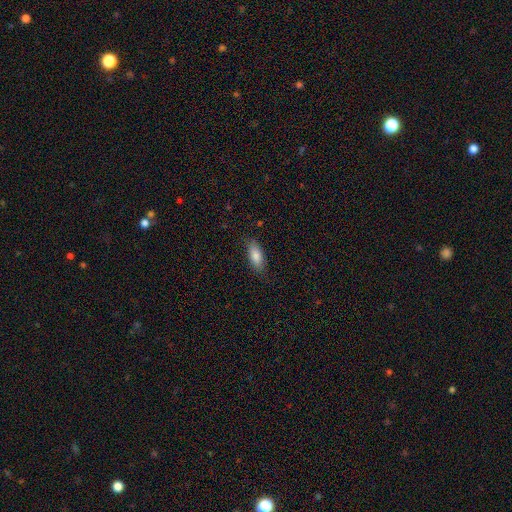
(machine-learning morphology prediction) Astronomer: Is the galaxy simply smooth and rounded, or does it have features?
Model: smooth — 84%.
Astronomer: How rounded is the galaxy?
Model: in between — 82%.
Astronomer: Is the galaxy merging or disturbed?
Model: none — 82%.